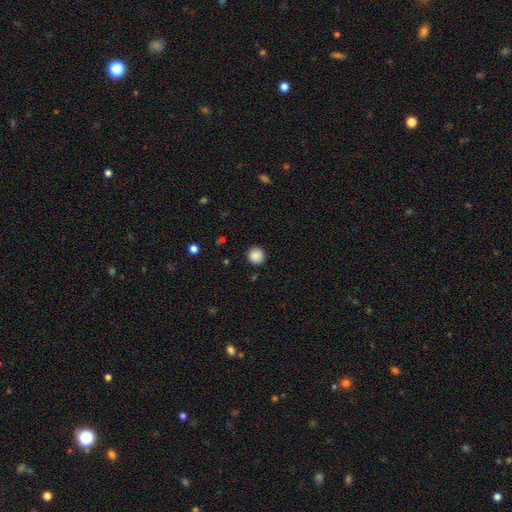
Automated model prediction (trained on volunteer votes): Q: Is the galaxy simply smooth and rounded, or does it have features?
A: smooth — 88%.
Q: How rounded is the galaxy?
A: round — 94%.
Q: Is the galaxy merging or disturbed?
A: none — 91%.